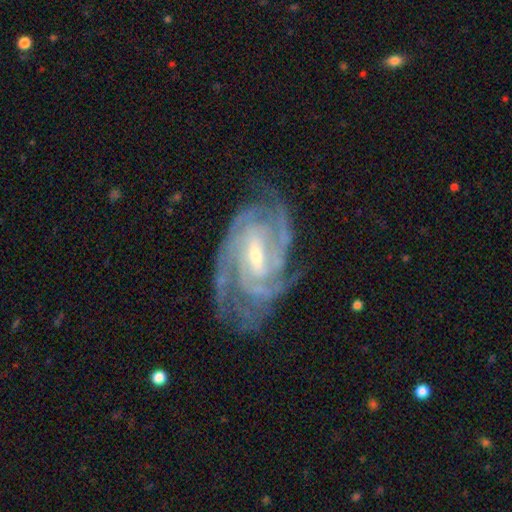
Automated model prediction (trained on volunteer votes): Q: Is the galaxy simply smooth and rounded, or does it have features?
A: featured or disk — 93%.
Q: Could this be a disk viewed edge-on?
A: no — 97%.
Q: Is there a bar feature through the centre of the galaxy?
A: weak — 45%.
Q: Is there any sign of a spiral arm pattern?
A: yes — 98%.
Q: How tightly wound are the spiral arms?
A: tight — 67%.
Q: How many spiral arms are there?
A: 3 — 30%.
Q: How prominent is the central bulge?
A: small — 58%.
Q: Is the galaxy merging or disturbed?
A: none — 75%.